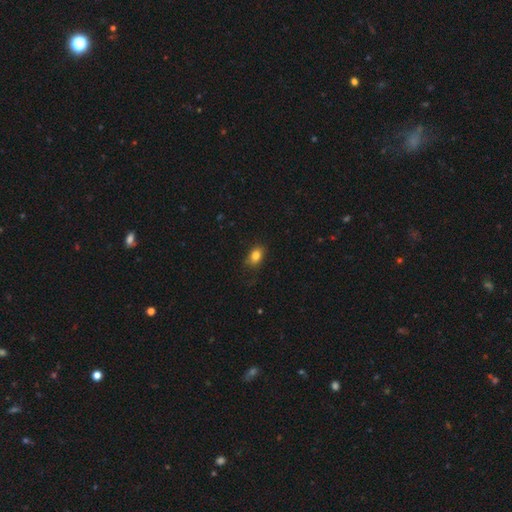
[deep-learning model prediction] Smooth or featured: smooth — 84% (star or artifact — 10%)
How rounded: in between — 77% (round — 21%)
Merging: none — 80% (minor disturbance — 15%)